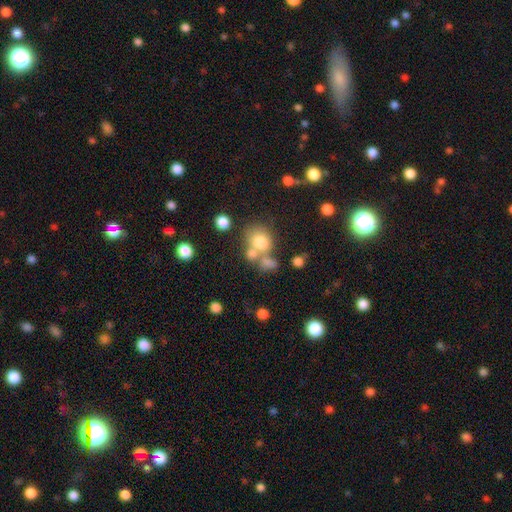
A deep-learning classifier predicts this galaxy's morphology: Q: Smooth or featured?
A: smooth (60%); runner-up: star or artifact (26%)
Q: How rounded?
A: round (80%); runner-up: in between (19%)
Q: Merging?
A: none (56%); runner-up: merger (32%)